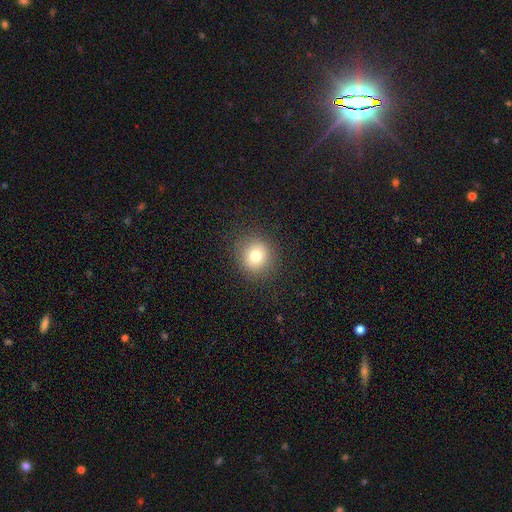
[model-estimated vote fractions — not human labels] The model was most divided on "smooth or featured": smooth: 77%, star or artifact: 13%, featured or disk: 10%. More confident: how rounded — round (89%); merging — none (89%).